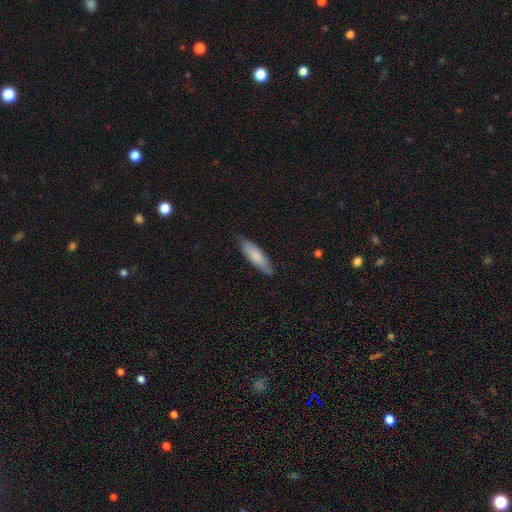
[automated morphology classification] A smooth galaxy with no disk features (78%) that is cigar-shaped (63%).

Vote fractions:
- Smooth or featured? smooth: 78% / featured or disk: 17% / star or artifact: 5%
- How rounded? cigar-shaped: 63% / in between: 35% / round: 1%
- Merging? none: 83% / minor disturbance: 14% / major disturbance: 2% / merger: 1%